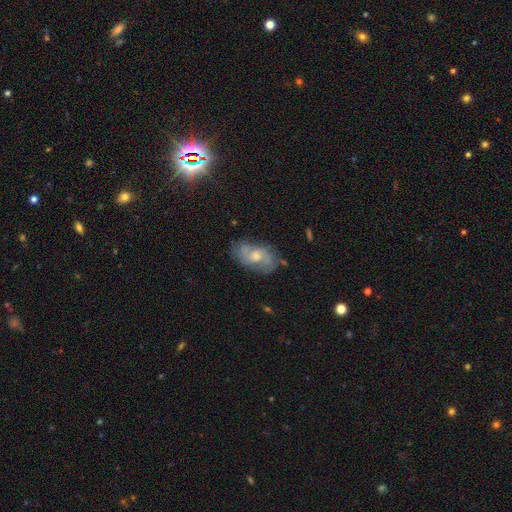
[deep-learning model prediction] Q: Smooth or featured?
A: featured or disk (62%); runner-up: smooth (26%)
Q: Edge-on disk?
A: no (94%); runner-up: yes (6%)
Q: Bar?
A: no (65%); runner-up: weak (30%)
Q: Spiral arms?
A: yes (80%); runner-up: no (20%)
Q: Bulge size?
A: moderate (62%); runner-up: small (27%)
Q: Merging?
A: none (70%); runner-up: minor disturbance (21%)